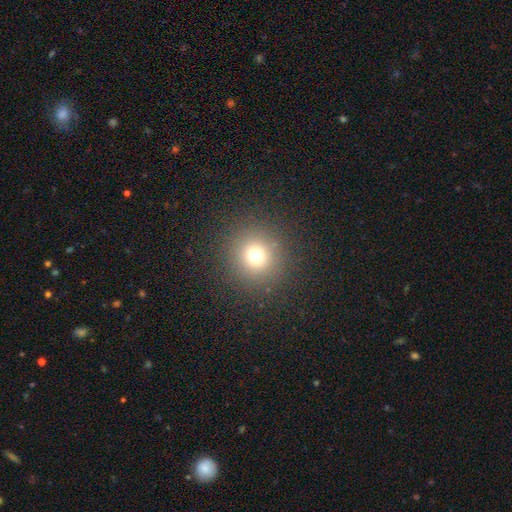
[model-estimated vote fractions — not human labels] The model was most divided on "smooth or featured": smooth: 72%, star or artifact: 19%, featured or disk: 9%. More confident: how rounded — round (94%); merging — none (89%).